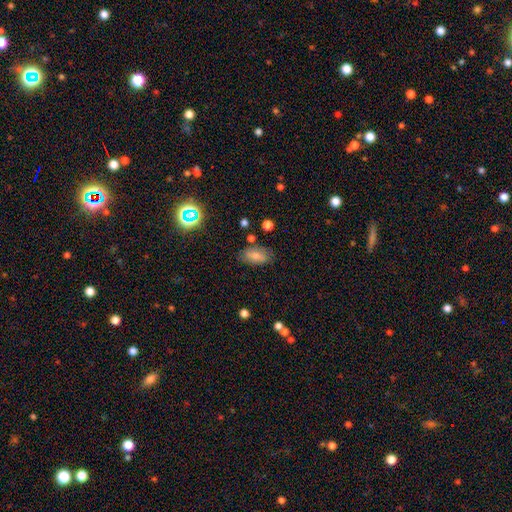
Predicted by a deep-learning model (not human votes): Q: Smooth or featured?
A: smooth (69%); runner-up: featured or disk (19%)
Q: How rounded?
A: in between (90%); runner-up: round (6%)
Q: Merging?
A: none (74%); runner-up: minor disturbance (18%)